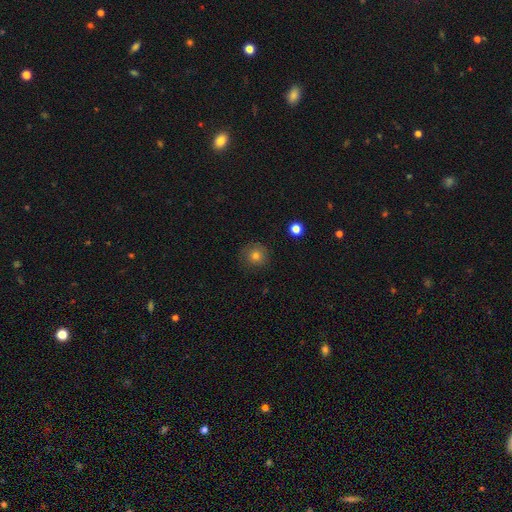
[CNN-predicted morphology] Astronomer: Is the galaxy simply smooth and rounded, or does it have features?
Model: smooth — 76%.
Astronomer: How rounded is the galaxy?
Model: round — 93%.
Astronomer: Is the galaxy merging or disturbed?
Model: none — 82%.